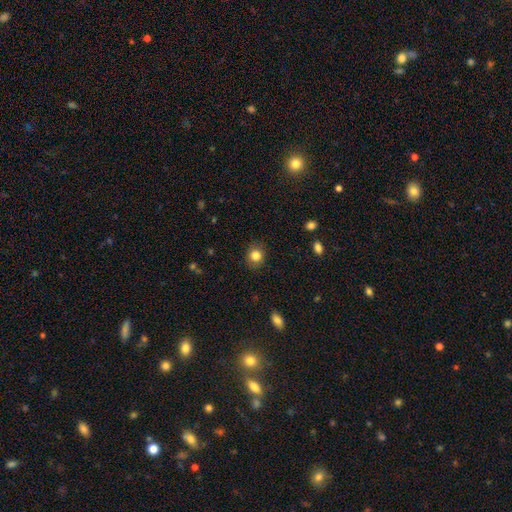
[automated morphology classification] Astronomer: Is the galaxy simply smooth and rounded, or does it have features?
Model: smooth — 83%.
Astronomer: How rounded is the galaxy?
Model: round — 75%.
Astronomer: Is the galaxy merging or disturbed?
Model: none — 87%.